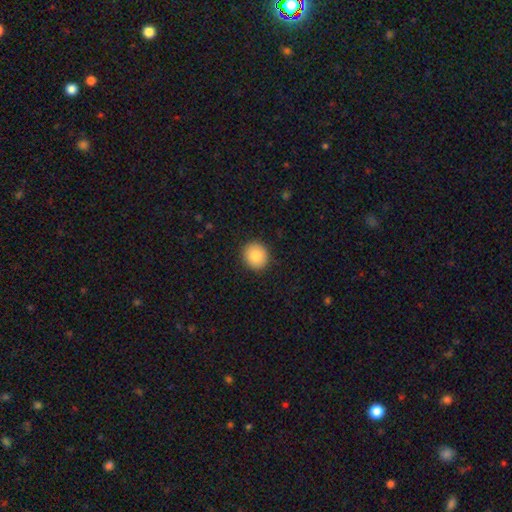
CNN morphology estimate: smooth_or_featured: smooth (p=0.85) [alt: star or artifact p=0.08]
how_rounded: round (p=0.87) [alt: in between p=0.13]
merging: none (p=0.91) [alt: minor disturbance p=0.06]